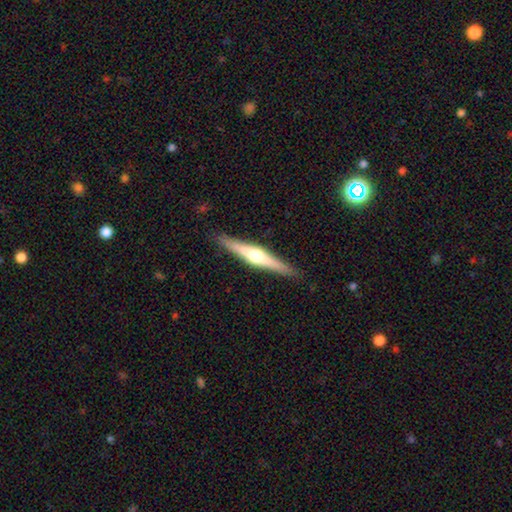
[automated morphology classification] Smooth or featured? featured or disk (71%)
Edge-on disk? yes (98%)
Edge-on bulge? rounded (92%)
Merging? none (91%)